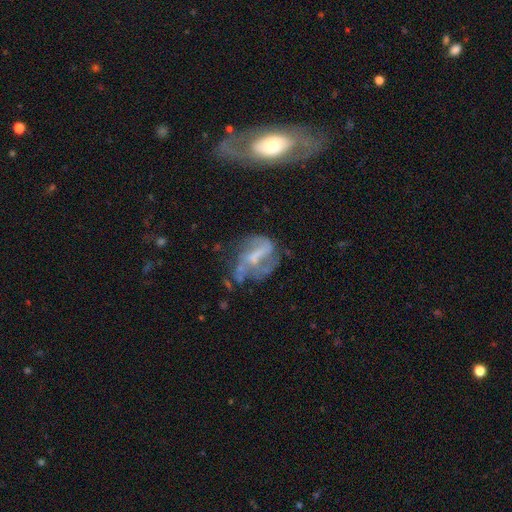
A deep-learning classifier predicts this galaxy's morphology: type=featured or disk (67%); edge-on=no (96%); bar=weak (40%); spiral arms=yes (61%); bulge=none (43%); merging=none (38%).